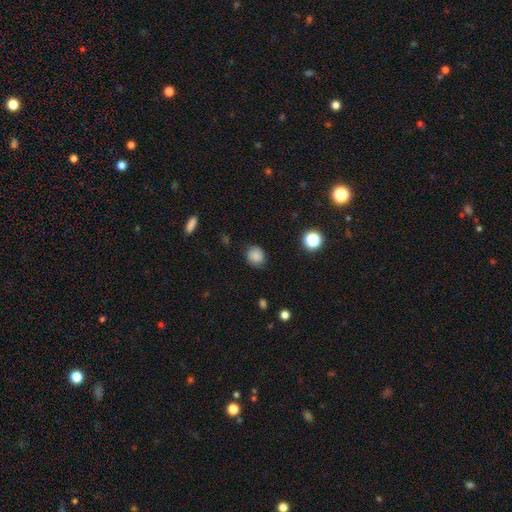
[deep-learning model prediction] Q: Smooth or featured?
A: smooth (82%); runner-up: star or artifact (11%)
Q: How rounded?
A: round (77%); runner-up: in between (22%)
Q: Merging?
A: none (77%); runner-up: minor disturbance (18%)